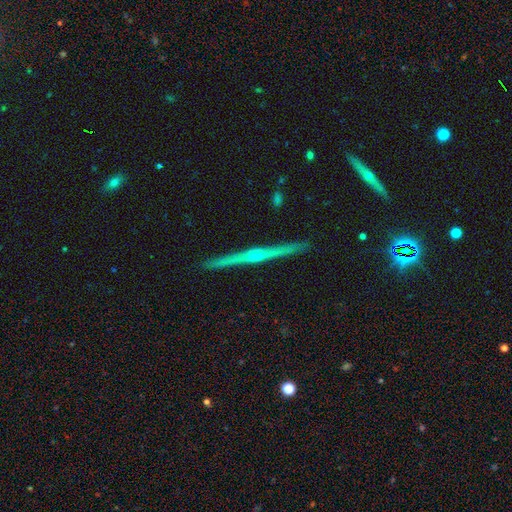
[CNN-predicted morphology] Smooth or featured?
  - featured or disk: 84% *
  - smooth: 9%
  - star or artifact: 6%
Edge-on disk?
  - yes: 99% *
  - no: 1%
Edge-on bulge?
  - rounded: 82% *
  - none: 13%
  - boxy: 5%
Merging?
  - none: 92% *
  - minor disturbance: 5%
  - major disturbance: 1%
  - merger: 1%